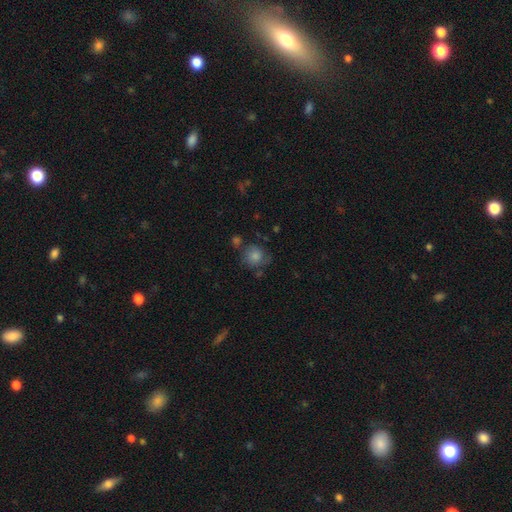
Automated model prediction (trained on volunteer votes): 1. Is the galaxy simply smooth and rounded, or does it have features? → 68% smooth, 18% featured or disk, 13% star or artifact.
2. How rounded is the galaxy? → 83% round, 16% in between, 1% cigar-shaped.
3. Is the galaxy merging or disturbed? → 61% none, 21% minor disturbance, 10% major disturbance, 8% merger.